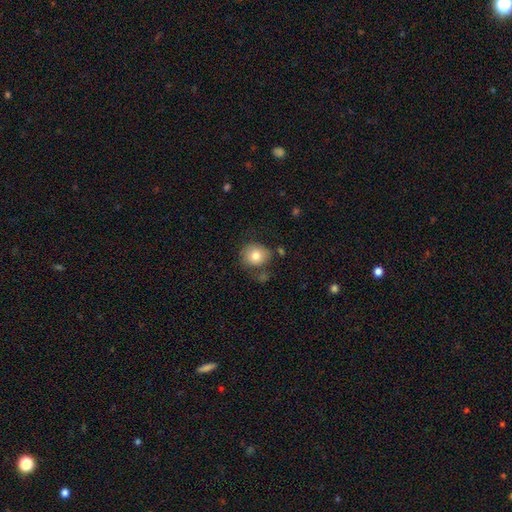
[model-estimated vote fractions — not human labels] Overall: smooth (80%). How rounded: round (77%). Merging: none (73%).